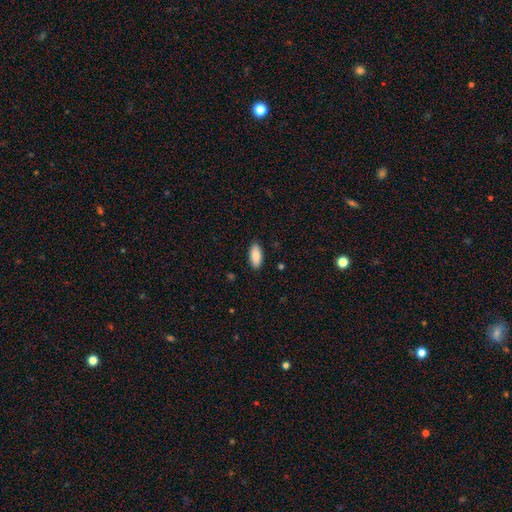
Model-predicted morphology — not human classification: A smooth galaxy with no disk features (88%) that is in between round and cigar-shaped (91%).

Vote fractions:
- Smooth or featured? smooth: 88% / featured or disk: 6% / star or artifact: 6%
- How rounded? in between: 91% / cigar-shaped: 7% / round: 2%
- Merging? none: 88% / minor disturbance: 9% / major disturbance: 2% / merger: 1%